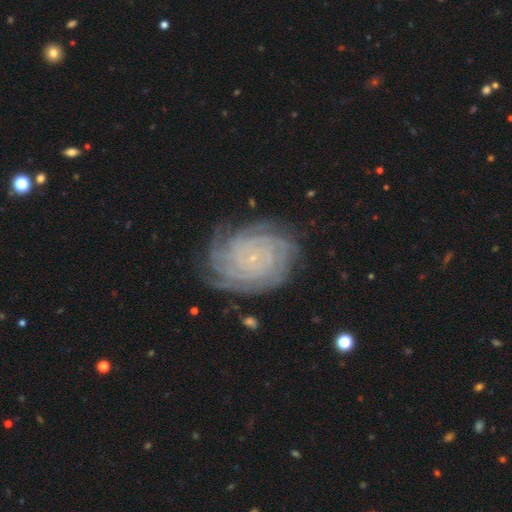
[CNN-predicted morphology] Q: Smooth or featured?
A: featured or disk (83%); runner-up: star or artifact (9%)
Q: Edge-on disk?
A: no (97%); runner-up: yes (3%)
Q: Bar?
A: no (78%); runner-up: weak (16%)
Q: Spiral arms?
A: yes (98%); runner-up: no (2%)
Q: Spiral winding?
A: tight (86%); runner-up: medium (12%)
Q: Spiral arm count?
A: more than 4 (30%); runner-up: 4 (21%)
Q: Bulge size?
A: small (86%); runner-up: moderate (6%)
Q: Merging?
A: none (82%); runner-up: minor disturbance (13%)